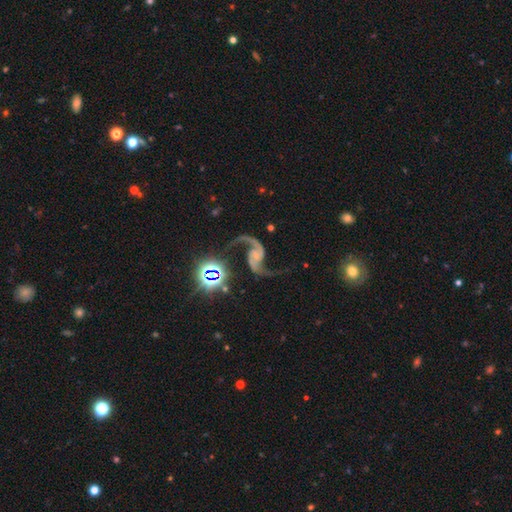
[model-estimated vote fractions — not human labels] This is clearly a featured or disk galaxy (89%). It is clearly not viewed edge-on (98%). Bar: possibly no (59%). Spiral arm pattern: clearly yes (98%). Spiral arm count: clearly 2 (94%). Spiral winding: clearly loose (83%). Central bulge: likely small (61%). Merging: likely none (67%).